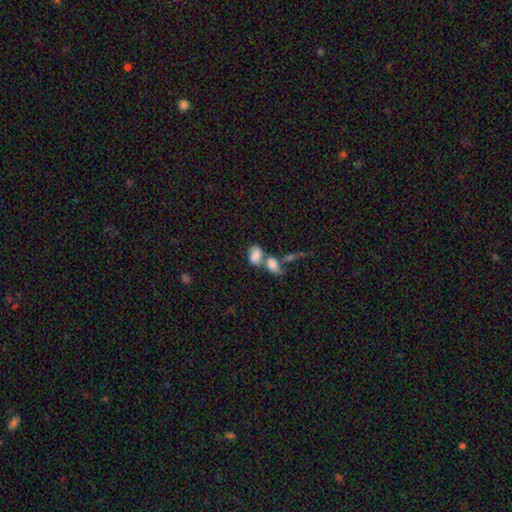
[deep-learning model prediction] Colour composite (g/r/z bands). It shows a smooth galaxy with no disk features (73%) that is in between round and cigar-shaped (83%). Merging: merger (69%).